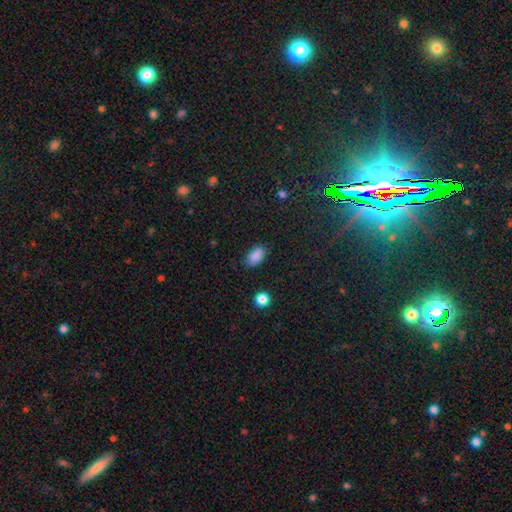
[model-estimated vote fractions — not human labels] Smooth or featured? Predicted: smooth (p=0.88). How rounded? Predicted: in between (p=0.92). Merging? Predicted: none (p=0.84).